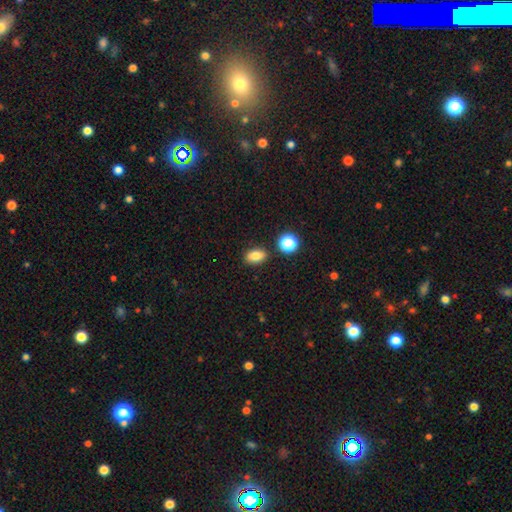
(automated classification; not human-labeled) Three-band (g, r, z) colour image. It shows a smooth galaxy with no disk features (82%) that is in between round and cigar-shaped (83%). Merging: none (85%).